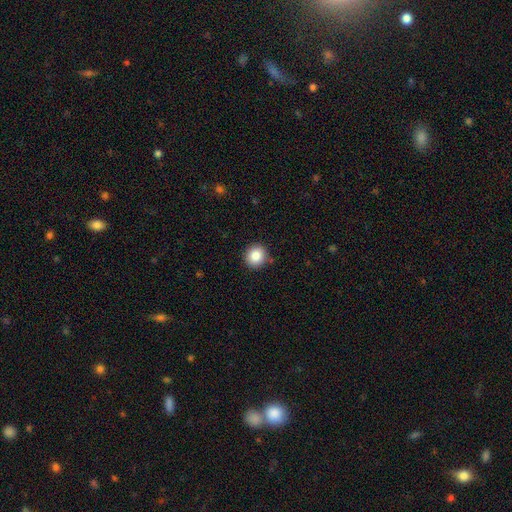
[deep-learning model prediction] smooth-or-featured: smooth: 84% | star or artifact: 9% | featured or disk: 6%
  how-rounded: round: 89% | in between: 10% | cigar-shaped: 1%
  merging: none: 89% | minor disturbance: 7% | major disturbance: 2% | merger: 2%